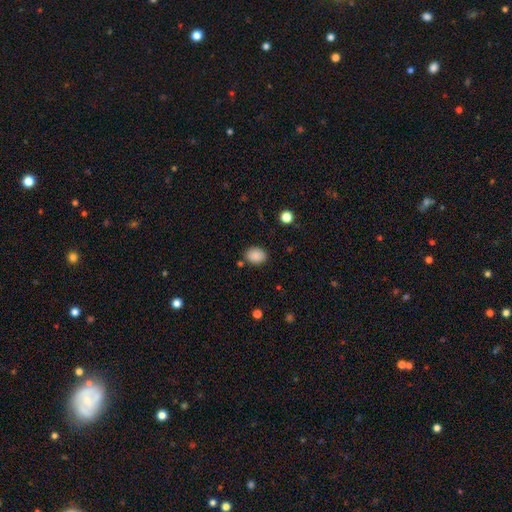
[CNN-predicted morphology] Smooth or featured?
  - smooth: 88% *
  - star or artifact: 9%
  - featured or disk: 4%
How rounded?
  - in between: 57% *
  - round: 42%
  - cigar-shaped: 1%
Merging?
  - none: 82% *
  - minor disturbance: 12%
  - merger: 3%
  - major disturbance: 3%